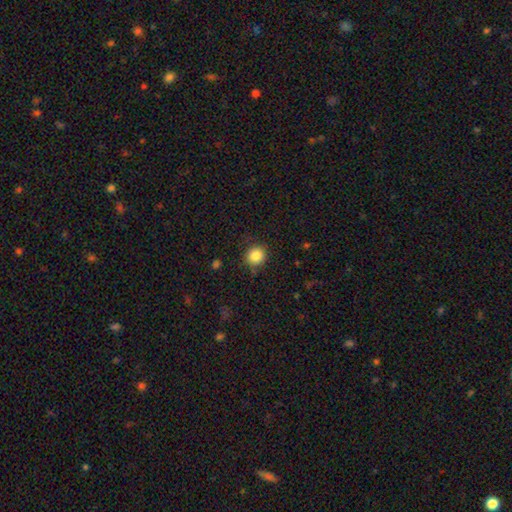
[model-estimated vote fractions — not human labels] Smooth or featured? Predicted: smooth (p=0.85). How rounded? Predicted: round (p=0.89). Merging? Predicted: none (p=0.83).